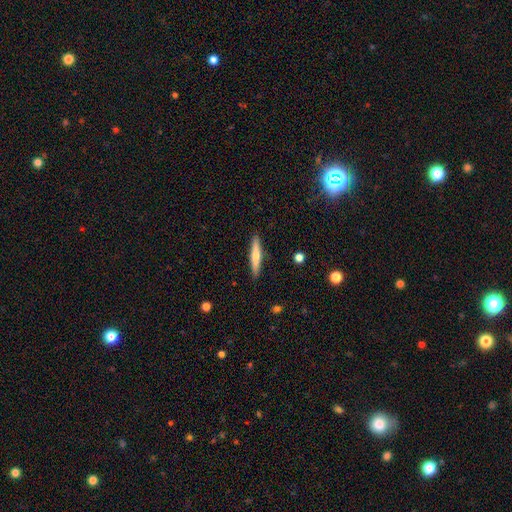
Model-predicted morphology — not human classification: Smooth or featured: smooth — 57% (featured or disk — 37%)
How rounded: cigar-shaped — 91% (in between — 7%)
Merging: none — 90% (minor disturbance — 7%)